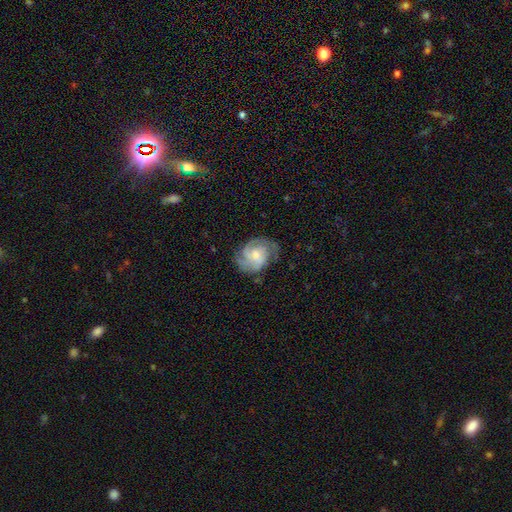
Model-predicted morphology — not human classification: Smooth or featured? Predicted: featured or disk (p=0.79). Edge-on disk? Predicted: no (p=0.98). Bar? Predicted: no (p=0.64). Spiral arms? Predicted: yes (p=0.95). Spiral winding? Predicted: tight (p=0.47). Spiral arm count? Predicted: 3 (p=0.40). Bulge size? Predicted: moderate (p=0.49). Merging? Predicted: none (p=0.68).